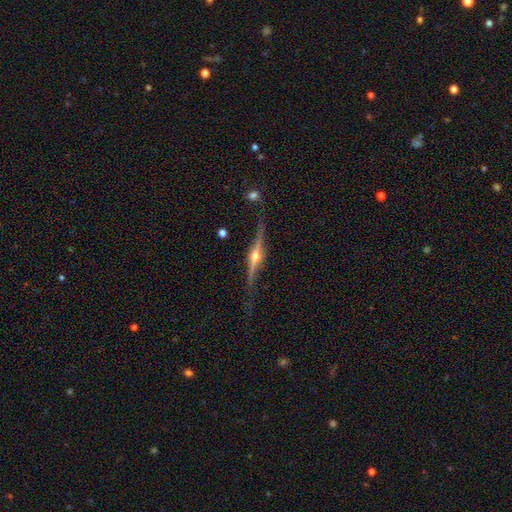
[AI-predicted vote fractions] Q: Smooth or featured?
A: featured or disk (86%); runner-up: smooth (8%)
Q: Edge-on disk?
A: yes (97%); runner-up: no (3%)
Q: Edge-on bulge?
A: rounded (95%); runner-up: boxy (3%)
Q: Merging?
A: none (82%); runner-up: minor disturbance (13%)